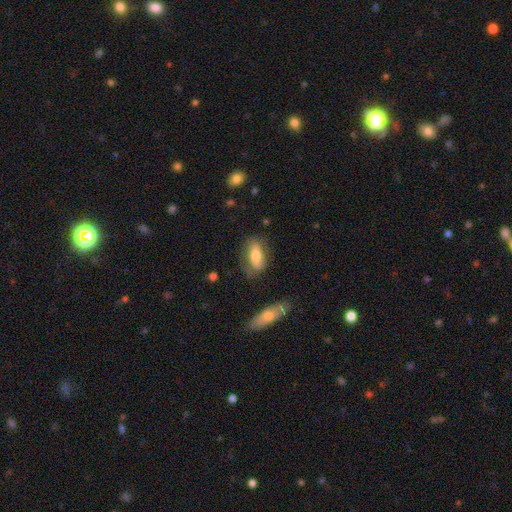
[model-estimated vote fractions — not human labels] smooth-or-featured: smooth: 62% | featured or disk: 31% | star or artifact: 7%
  how-rounded: in between: 78% | cigar-shaped: 18% | round: 4%
  merging: none: 69% | minor disturbance: 20% | major disturbance: 8% | merger: 3%